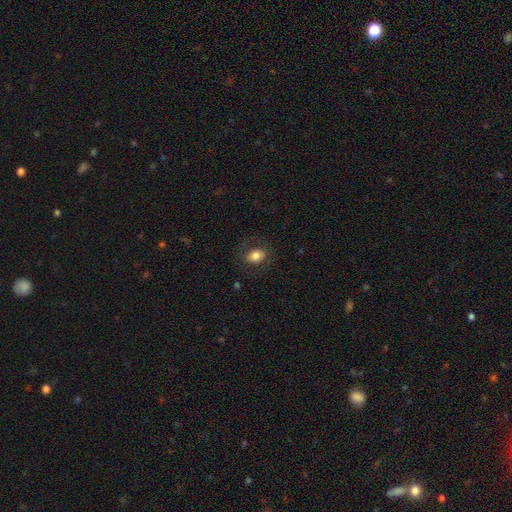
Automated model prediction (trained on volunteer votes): This is likely a smooth galaxy (77%). How rounded: likely in between (65%). Merging: likely none (80%).